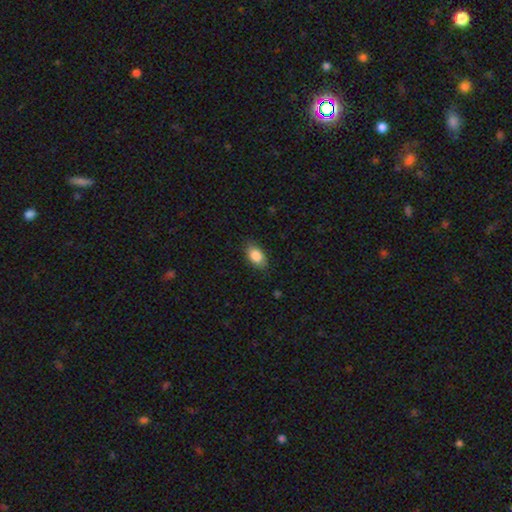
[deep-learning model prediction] Overall: smooth (85%). How rounded: in between (91%). Merging: none (84%).